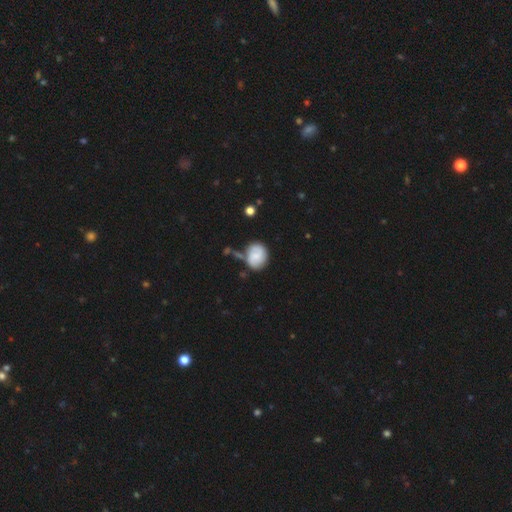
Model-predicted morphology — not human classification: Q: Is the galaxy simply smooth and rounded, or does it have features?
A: smooth — 58%.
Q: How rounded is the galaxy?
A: round — 57%.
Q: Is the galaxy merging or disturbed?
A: none — 57%.